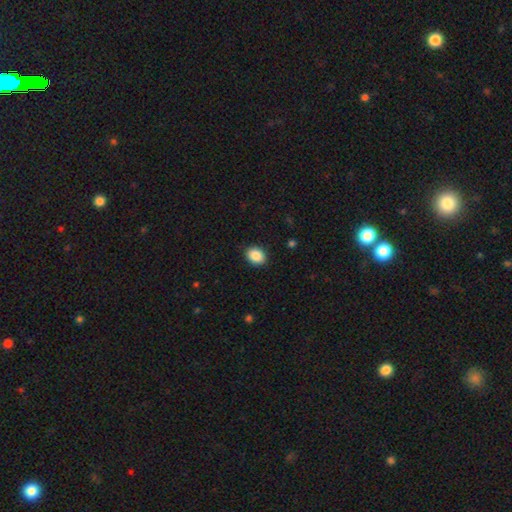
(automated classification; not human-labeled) smooth_or_featured: smooth (p=0.88) [alt: star or artifact p=0.08]
how_rounded: in between (p=0.57) [alt: round p=0.42]
merging: none (p=0.90) [alt: minor disturbance p=0.07]